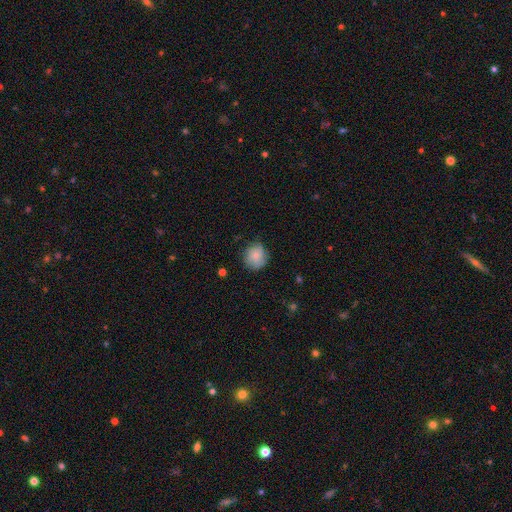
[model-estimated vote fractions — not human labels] smooth-or-featured: smooth: 73% | featured or disk: 20% | star or artifact: 8%
  how-rounded: round: 83% | in between: 16% | cigar-shaped: 1%
  merging: none: 70% | minor disturbance: 23% | major disturbance: 5% | merger: 1%